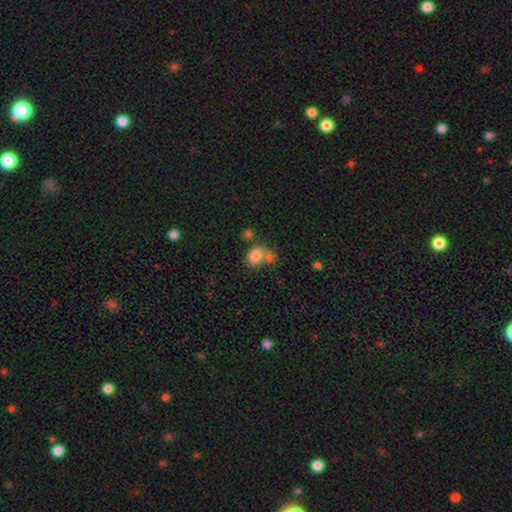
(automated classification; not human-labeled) This is clearly a smooth galaxy (82%). How rounded: likely in between (70%). Merging: possibly none (48%).